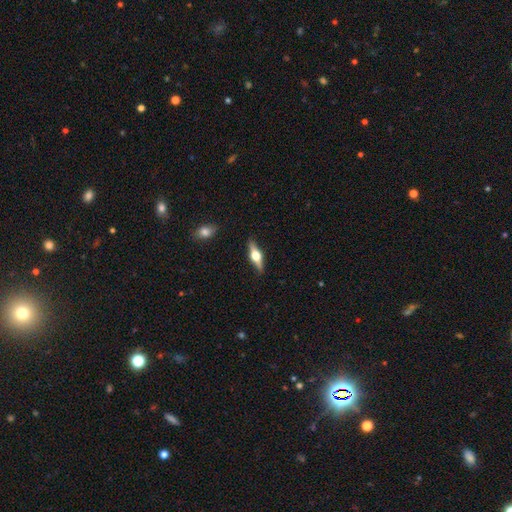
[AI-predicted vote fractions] Overall: featured or disk (69%). Edge-on disk: yes (96%). Edge-on bulge: rounded (95%). Merging: none (88%).